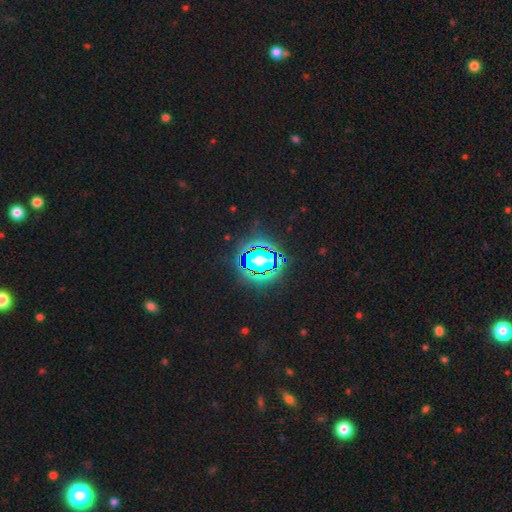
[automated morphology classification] A star or artifact, not a galaxy (81%).